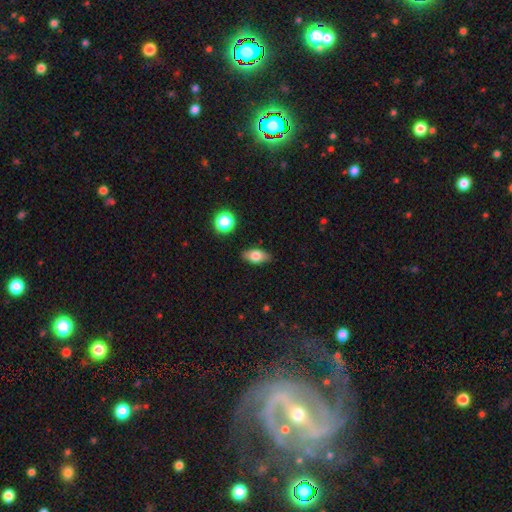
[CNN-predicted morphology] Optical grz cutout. It shows a smooth galaxy with no disk features (77%) that is in between round and cigar-shaped (87%). Merging: none (86%).